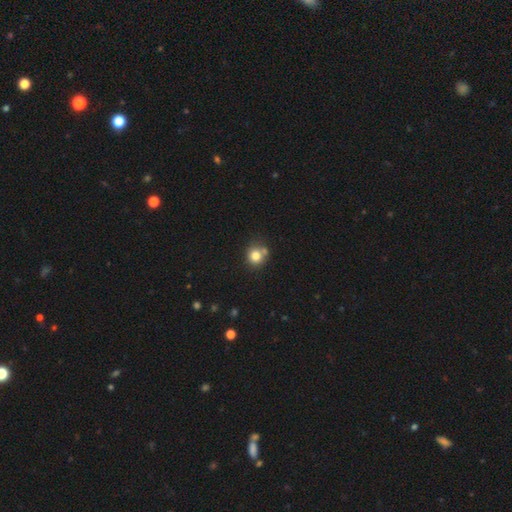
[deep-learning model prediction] smooth-or-featured: smooth: 80% | star or artifact: 12% | featured or disk: 9%
  how-rounded: round: 86% | in between: 13% | cigar-shaped: 1%
  merging: none: 65% | merger: 20% | minor disturbance: 12% | major disturbance: 4%